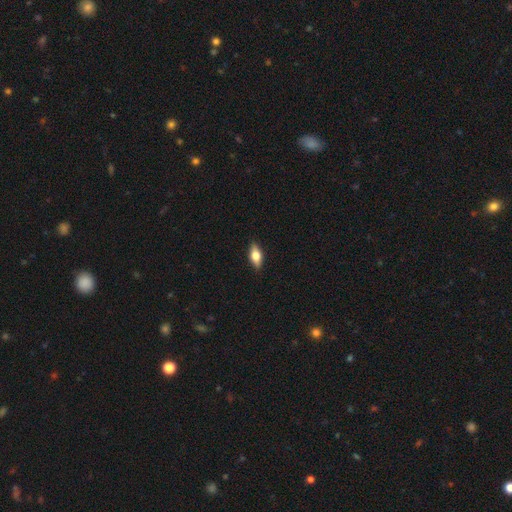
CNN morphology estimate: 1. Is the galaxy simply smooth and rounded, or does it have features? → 64% smooth, 29% featured or disk, 7% star or artifact.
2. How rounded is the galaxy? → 81% in between, 15% cigar-shaped, 4% round.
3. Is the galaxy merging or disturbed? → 88% none, 9% minor disturbance, 2% major disturbance, 1% merger.